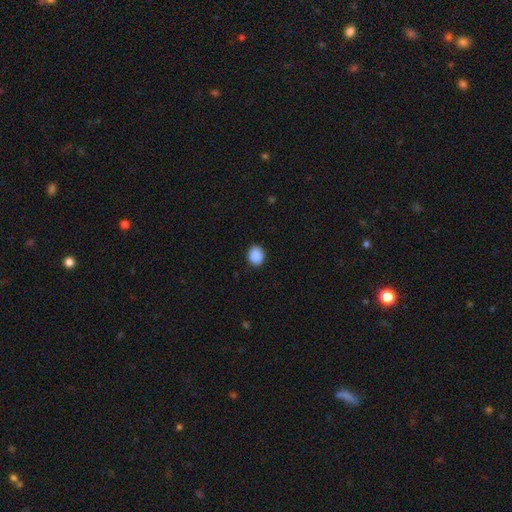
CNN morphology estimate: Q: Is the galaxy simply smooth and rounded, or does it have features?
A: smooth — 89%.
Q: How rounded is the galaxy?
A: round — 71%.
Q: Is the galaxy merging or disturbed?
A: none — 90%.